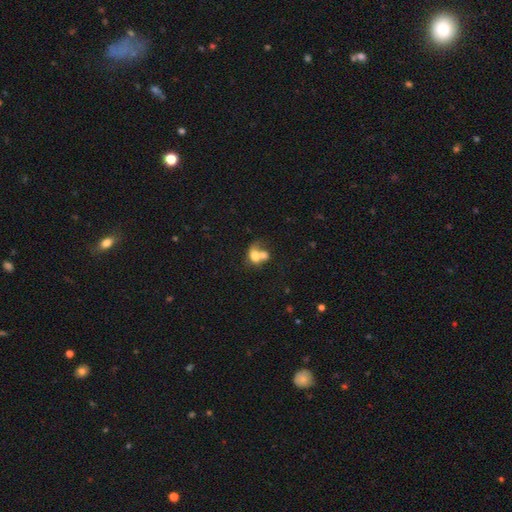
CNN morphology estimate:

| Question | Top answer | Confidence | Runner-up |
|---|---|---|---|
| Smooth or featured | smooth | 67% | featured or disk (23%) |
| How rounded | in between | 66% | round (33%) |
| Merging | merger | 67% | none (16%) |